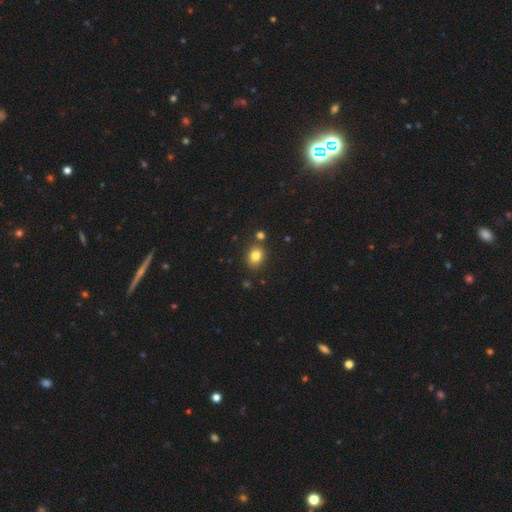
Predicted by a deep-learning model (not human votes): A smooth galaxy with no disk features (81%) that is in between round and cigar-shaped (50%).

Vote fractions:
- Smooth or featured? smooth: 81% / star or artifact: 12% / featured or disk: 7%
- How rounded? in between: 50% / round: 49% / cigar-shaped: 1%
- Merging? none: 77% / minor disturbance: 11% / merger: 10% / major disturbance: 3%